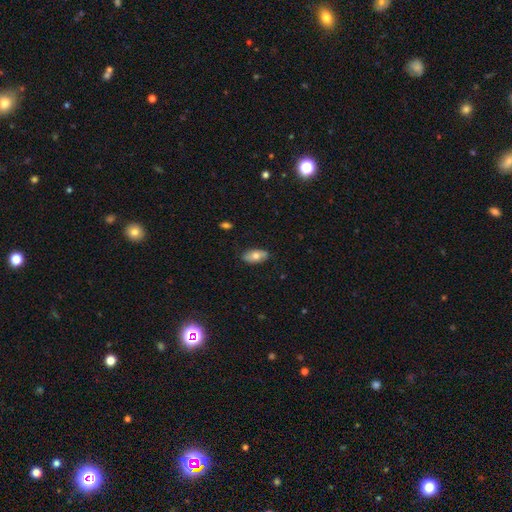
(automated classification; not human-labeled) Q: Smooth or featured?
A: smooth (72%); runner-up: featured or disk (21%)
Q: How rounded?
A: in between (92%); runner-up: cigar-shaped (5%)
Q: Merging?
A: none (84%); runner-up: minor disturbance (13%)